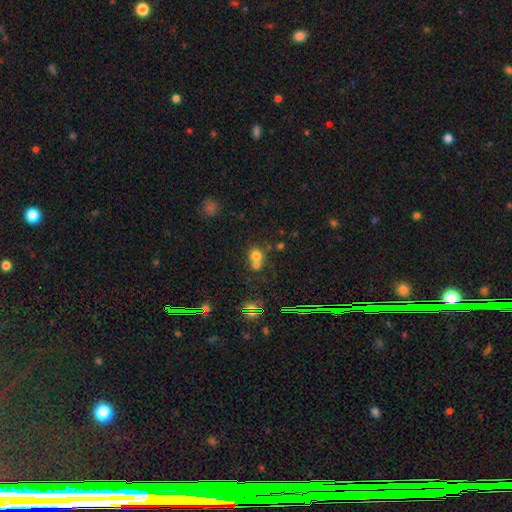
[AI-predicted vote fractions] Smooth or featured?
  - smooth: 71% *
  - star or artifact: 17%
  - featured or disk: 12%
How rounded?
  - round: 79% *
  - in between: 20%
  - cigar-shaped: 1%
Merging?
  - merger: 50% *
  - none: 39%
  - minor disturbance: 7%
  - major disturbance: 3%